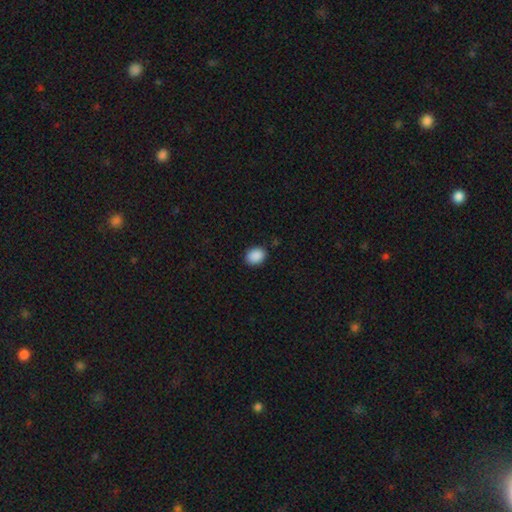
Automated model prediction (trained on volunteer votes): Smooth or featured? Predicted: smooth (p=0.89). How rounded? Predicted: in between (p=0.50). Merging? Predicted: none (p=0.88).